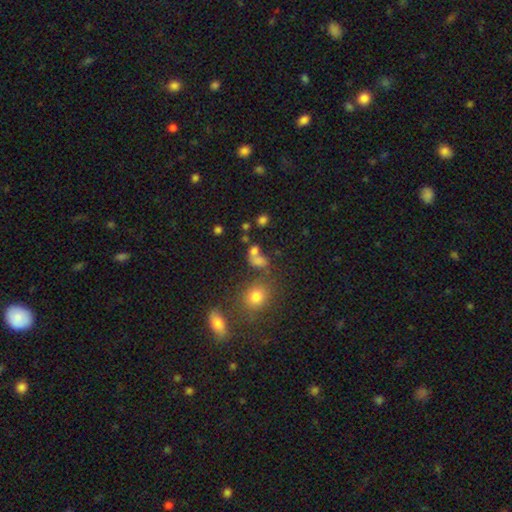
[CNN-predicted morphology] Overall: smooth (68%). How rounded: in between (54%; round 44%). Merging: merger (43%; none 36%).